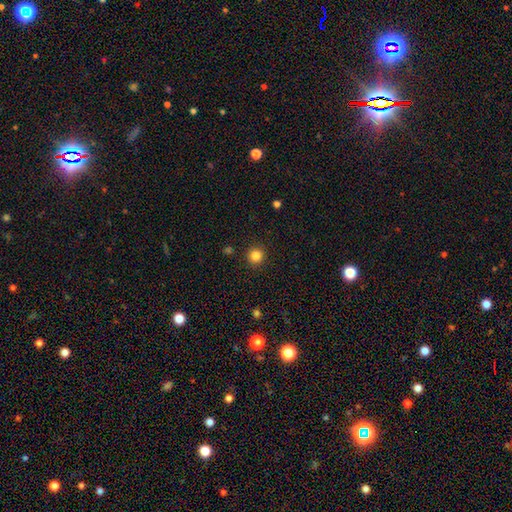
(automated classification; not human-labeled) Smooth or featured? Predicted: smooth (p=0.84). How rounded? Predicted: round (p=0.95). Merging? Predicted: none (p=0.92).